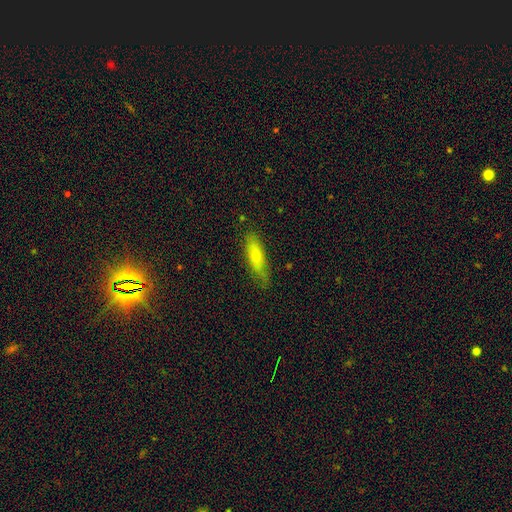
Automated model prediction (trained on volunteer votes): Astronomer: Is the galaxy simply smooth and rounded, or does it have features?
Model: smooth — 68%.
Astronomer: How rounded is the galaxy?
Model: cigar-shaped — 66%.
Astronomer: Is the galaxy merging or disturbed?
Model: none — 80%.